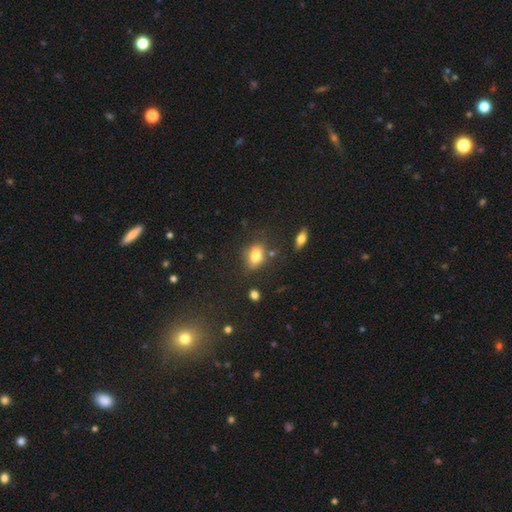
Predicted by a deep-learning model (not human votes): Smooth or featured? Predicted: smooth (p=0.78). How rounded? Predicted: in between (p=0.67). Merging? Predicted: none (p=0.66).